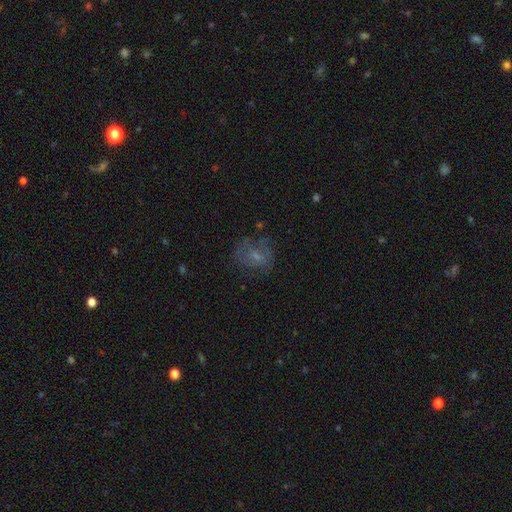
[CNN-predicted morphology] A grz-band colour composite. It shows a smooth galaxy with no disk features (46%). Merging: none (60%).